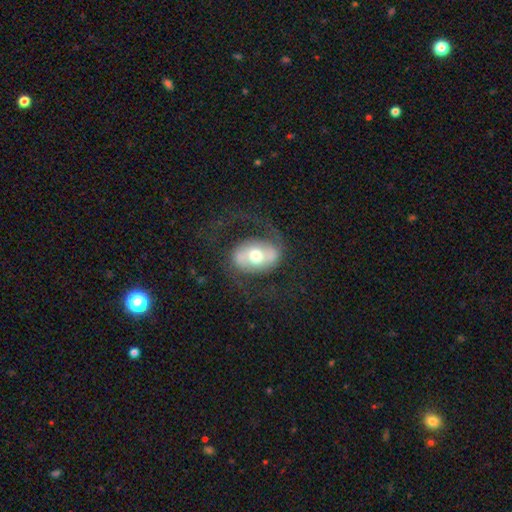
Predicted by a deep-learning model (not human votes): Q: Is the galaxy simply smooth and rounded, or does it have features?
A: featured or disk — 65%.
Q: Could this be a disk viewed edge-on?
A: no — 94%.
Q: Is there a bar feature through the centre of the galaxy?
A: no — 39%.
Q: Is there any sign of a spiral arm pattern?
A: yes — 69%.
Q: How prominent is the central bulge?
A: moderate — 72%.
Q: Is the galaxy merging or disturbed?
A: none — 64%.